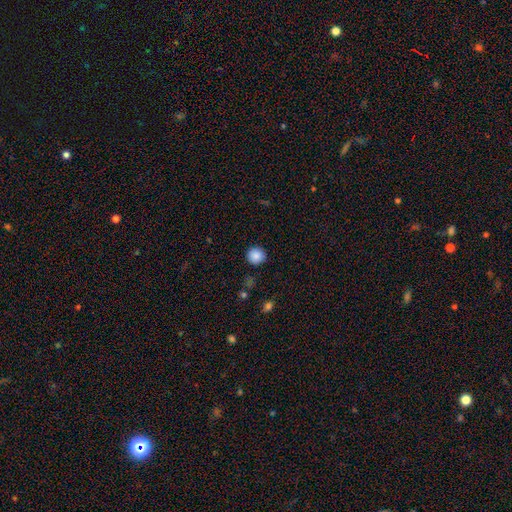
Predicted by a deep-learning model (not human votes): Morphology: type=smooth (87%); roundness=round (93%); merging=none (90%).